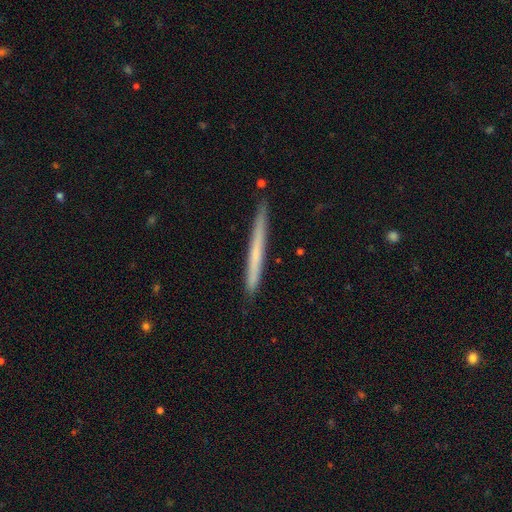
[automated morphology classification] Smooth or featured? smooth (53%)
How rounded? cigar-shaped (97%)
Merging? none (88%)